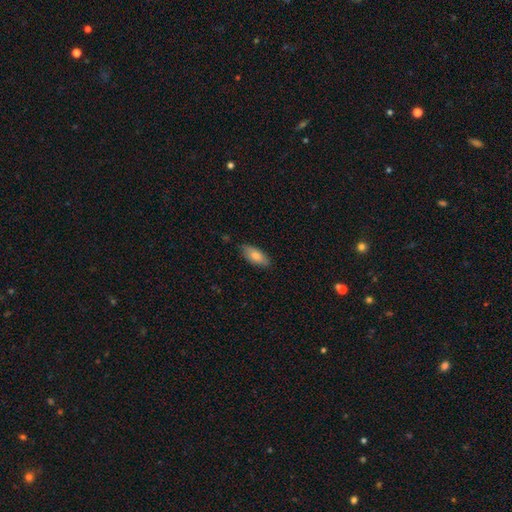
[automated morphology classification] A smooth galaxy with no disk features (80%) that is in between round and cigar-shaped (85%). Merging: none (80%).